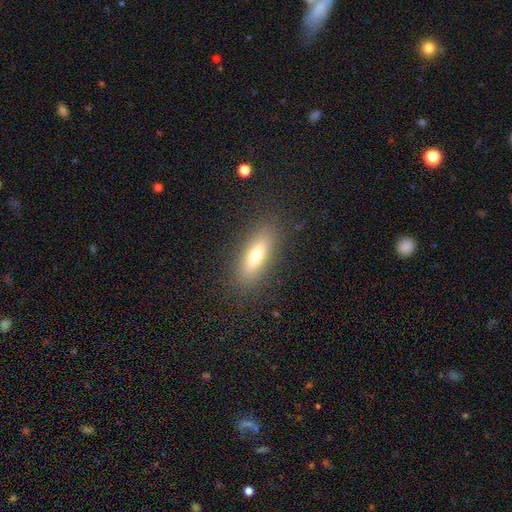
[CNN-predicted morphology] type=smooth (69%); roundness=in between (52%); merging=none (87%).